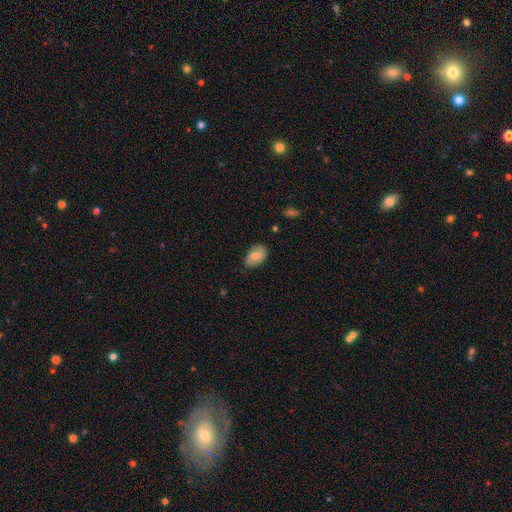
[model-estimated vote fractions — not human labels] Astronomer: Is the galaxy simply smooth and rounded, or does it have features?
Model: smooth — 65%.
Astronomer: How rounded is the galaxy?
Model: in between — 88%.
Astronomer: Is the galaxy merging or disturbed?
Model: none — 77%.